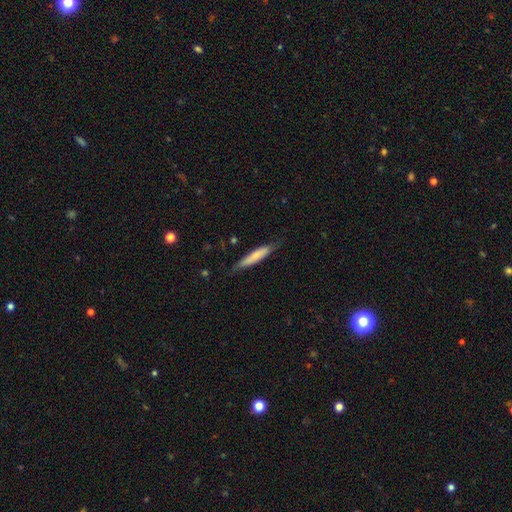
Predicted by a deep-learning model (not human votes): Smooth or featured? smooth (67%)
How rounded? cigar-shaped (88%)
Merging? none (76%)